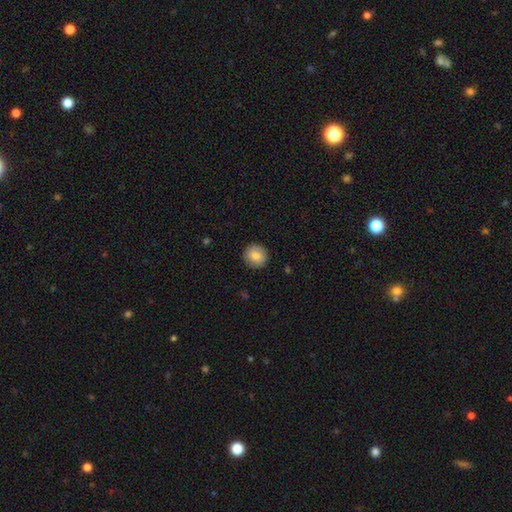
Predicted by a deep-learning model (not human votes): Q: Smooth or featured?
A: smooth (84%); runner-up: featured or disk (8%)
Q: How rounded?
A: round (89%); runner-up: in between (10%)
Q: Merging?
A: none (90%); runner-up: minor disturbance (7%)